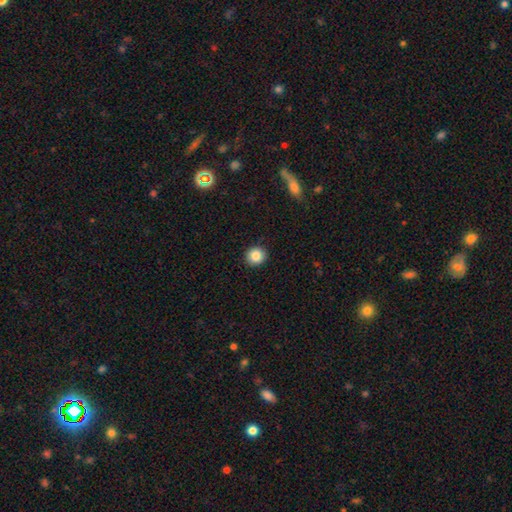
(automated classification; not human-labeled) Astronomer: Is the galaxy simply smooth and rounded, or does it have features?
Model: smooth — 86%.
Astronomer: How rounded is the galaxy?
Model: round — 91%.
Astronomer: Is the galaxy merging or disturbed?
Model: none — 92%.